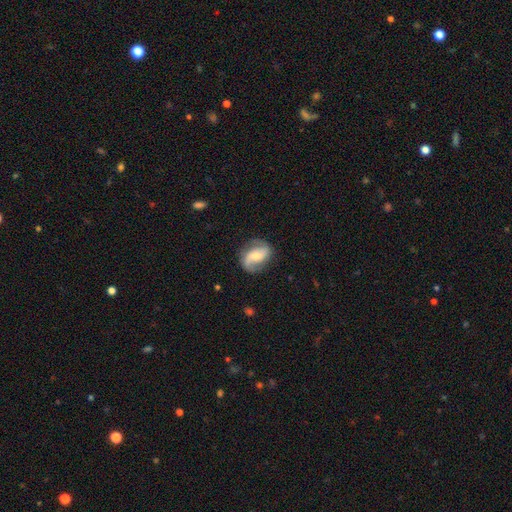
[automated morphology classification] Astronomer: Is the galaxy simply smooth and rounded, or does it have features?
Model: featured or disk — 79%.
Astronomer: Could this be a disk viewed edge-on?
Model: no — 97%.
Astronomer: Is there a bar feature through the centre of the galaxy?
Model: weak — 41% (runner-up: no, 40%).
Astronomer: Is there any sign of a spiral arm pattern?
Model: yes — 95%.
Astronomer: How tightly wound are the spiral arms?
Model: medium — 42%, tied with loose at 42%.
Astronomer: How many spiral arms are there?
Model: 2 — 90%.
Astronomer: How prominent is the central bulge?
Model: moderate — 47% (runner-up: small, 37%).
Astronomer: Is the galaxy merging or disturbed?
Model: none — 78%.